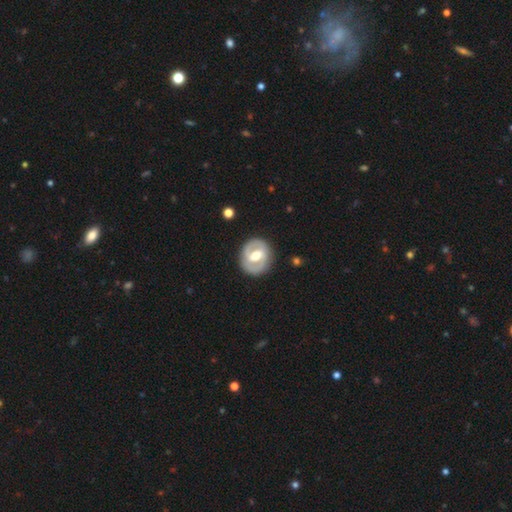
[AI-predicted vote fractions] This is likely a featured or disk galaxy (74%). It is clearly not viewed edge-on (97%). Bar: possibly weak (47%). Spiral arm pattern: likely yes (70%). Spiral arm count: clearly 2 (85%). Spiral winding: possibly tight (47%). Central bulge: likely moderate (71%). Merging: clearly none (86%).